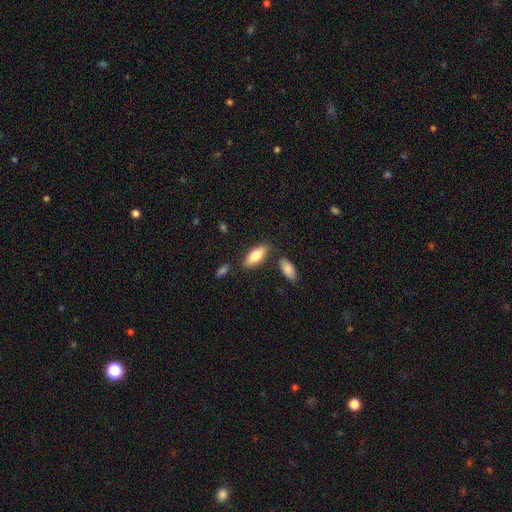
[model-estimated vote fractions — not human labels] Smooth or featured?
  - smooth: 79% *
  - featured or disk: 15%
  - star or artifact: 6%
How rounded?
  - in between: 82% *
  - cigar-shaped: 16%
  - round: 2%
Merging?
  - none: 76% *
  - minor disturbance: 13%
  - merger: 8%
  - major disturbance: 3%